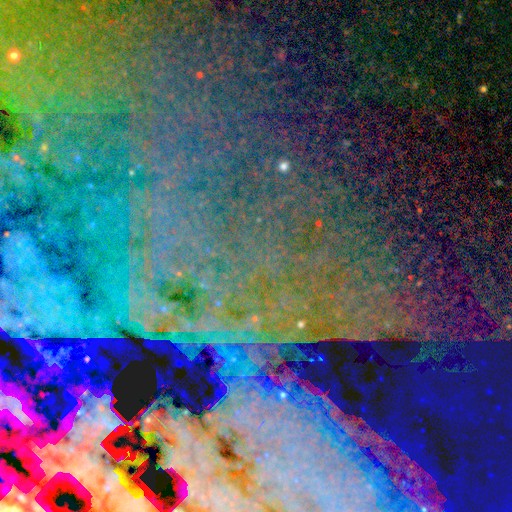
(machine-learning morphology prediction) A star or artifact, not a galaxy (81%).